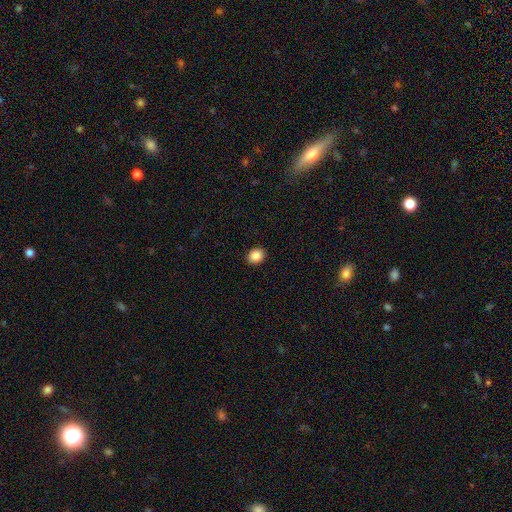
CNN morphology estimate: smooth-or-featured: smooth: 87% | star or artifact: 9% | featured or disk: 4%
  how-rounded: round: 61% | in between: 38% | cigar-shaped: 1%
  merging: none: 92% | minor disturbance: 6% | major disturbance: 2% | merger: 1%